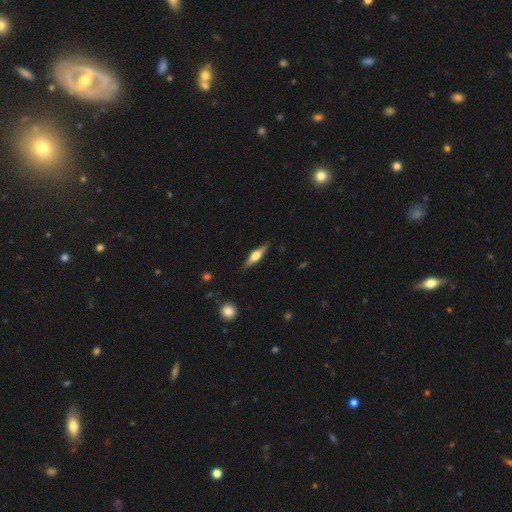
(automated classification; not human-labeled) A featured or disk galaxy (57%) viewed edge-on (95%) with a rounded central bulge (88%).

Vote fractions:
- Smooth or featured? featured or disk: 57% / smooth: 37% / star or artifact: 6%
- Edge-on disk? yes: 95% / no: 5%
- Edge-on bulge? rounded: 88% / boxy: 10% / none: 2%
- Merging? none: 86% / minor disturbance: 10% / major disturbance: 2% / merger: 1%